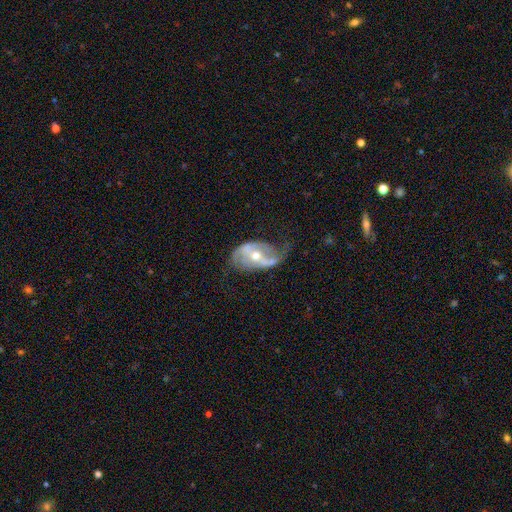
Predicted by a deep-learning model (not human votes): The model was most divided on "bar": weak: 35%, strong: 33%, no: 32%. Remaining: edge-on disk — no (95%); spiral arms — yes (87%); smooth or featured — featured or disk (84%); spiral arm count — 2 (78%); bulge size — moderate (59%); spiral winding — loose (51%); merging — none (47%).